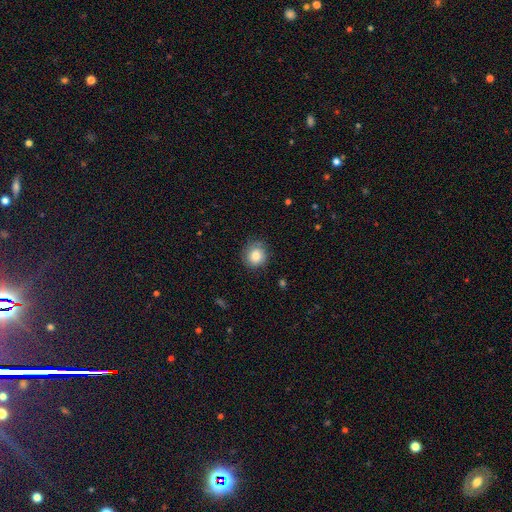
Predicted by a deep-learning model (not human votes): This appears to be a smooth galaxy with no disk features (83%) that is round (88%). Merging: none (79%).